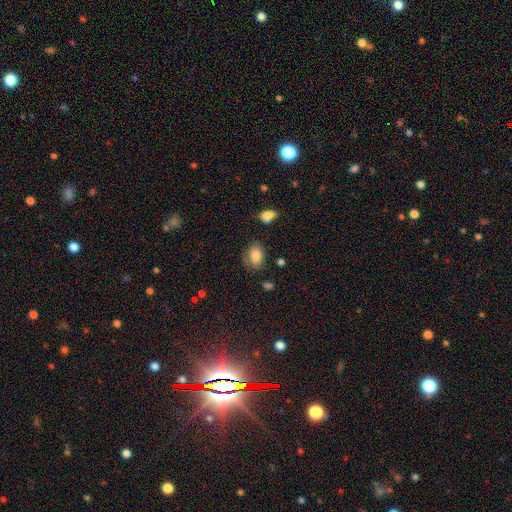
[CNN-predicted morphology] Smooth or featured: smooth — 80% (featured or disk — 12%)
How rounded: in between — 85% (round — 14%)
Merging: none — 69% (minor disturbance — 21%)